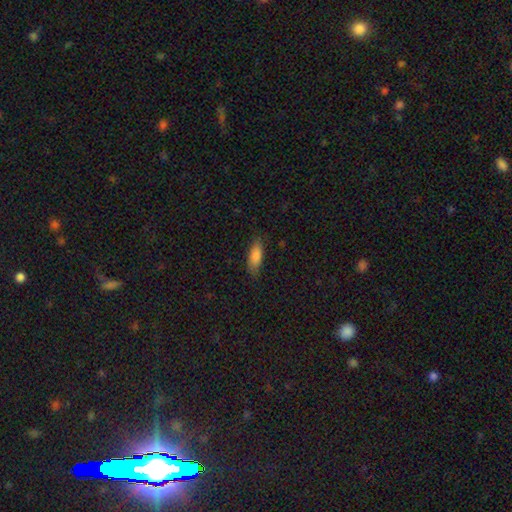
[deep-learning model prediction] Smooth or featured?
  - smooth: 84% *
  - featured or disk: 9%
  - star or artifact: 7%
How rounded?
  - in between: 71% *
  - cigar-shaped: 27%
  - round: 2%
Merging?
  - none: 79% *
  - minor disturbance: 16%
  - major disturbance: 3%
  - merger: 1%